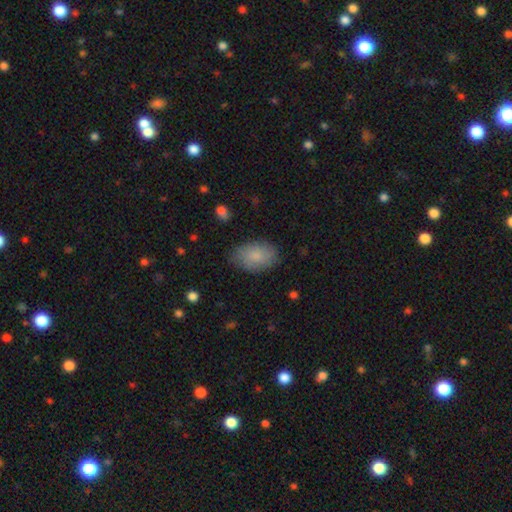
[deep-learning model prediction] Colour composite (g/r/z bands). It shows a smooth galaxy with no disk features (84%) that is in between round and cigar-shaped (91%). Merging: none (79%).